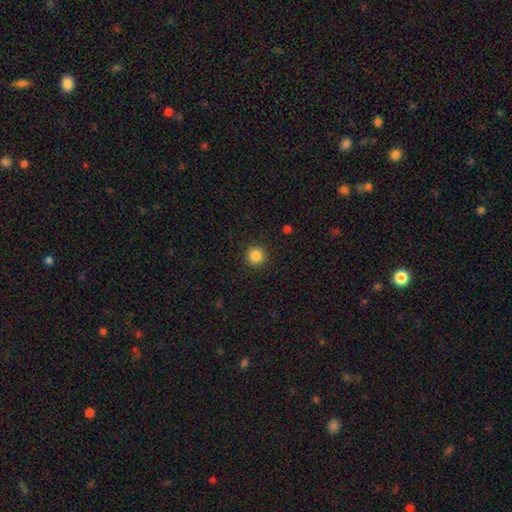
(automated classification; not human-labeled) Smooth or featured: smooth — 85% (star or artifact — 11%)
How rounded: round — 95% (in between — 4%)
Merging: none — 92% (minor disturbance — 5%)